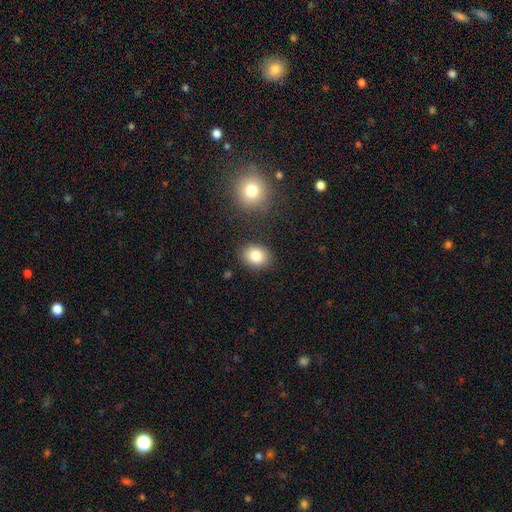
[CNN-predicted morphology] This appears to be a smooth galaxy with no disk features (83%) that is in between round and cigar-shaped (56%). Merging: none (84%).